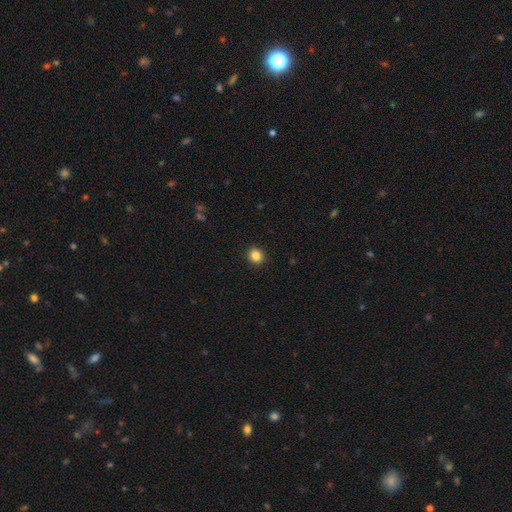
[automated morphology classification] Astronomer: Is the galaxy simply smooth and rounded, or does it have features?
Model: smooth — 85%.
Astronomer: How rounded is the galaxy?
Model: round — 84%.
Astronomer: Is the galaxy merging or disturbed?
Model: none — 93%.